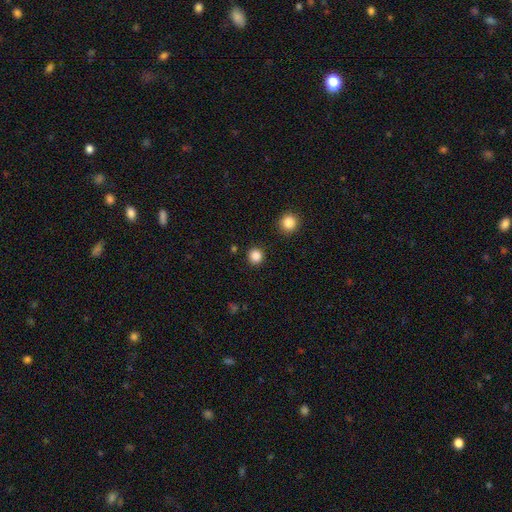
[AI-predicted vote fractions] A smooth galaxy with no disk features (85%) that is round (94%).

Vote fractions:
- Smooth or featured? smooth: 85% / star or artifact: 12% / featured or disk: 3%
- How rounded? round: 94% / in between: 5% / cigar-shaped: 1%
- Merging? none: 91% / minor disturbance: 5% / major disturbance: 2% / merger: 2%